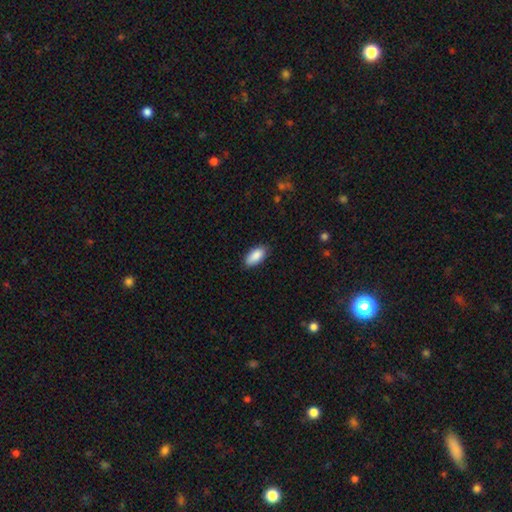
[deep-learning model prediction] smooth_or_featured: smooth (p=0.89) [alt: star or artifact p=0.06]
how_rounded: in between (p=0.91) [alt: cigar-shaped p=0.06]
merging: none (p=0.83) [alt: minor disturbance p=0.14]